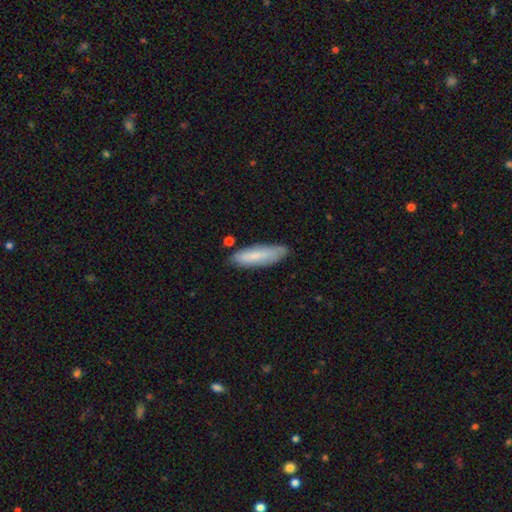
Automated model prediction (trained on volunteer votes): Q: Smooth or featured?
A: smooth (77%); runner-up: featured or disk (17%)
Q: How rounded?
A: cigar-shaped (58%); runner-up: in between (40%)
Q: Merging?
A: none (74%); runner-up: minor disturbance (20%)